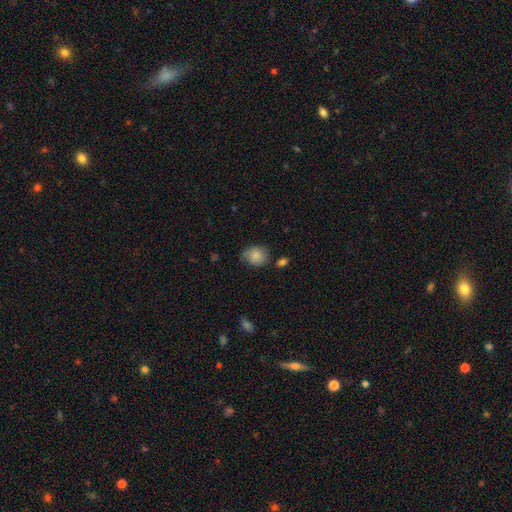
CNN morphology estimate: Smooth or featured?
  - smooth: 82% *
  - featured or disk: 10%
  - star or artifact: 8%
How rounded?
  - round: 64% *
  - in between: 35%
  - cigar-shaped: 1%
Merging?
  - none: 59% *
  - minor disturbance: 30%
  - major disturbance: 7%
  - merger: 4%